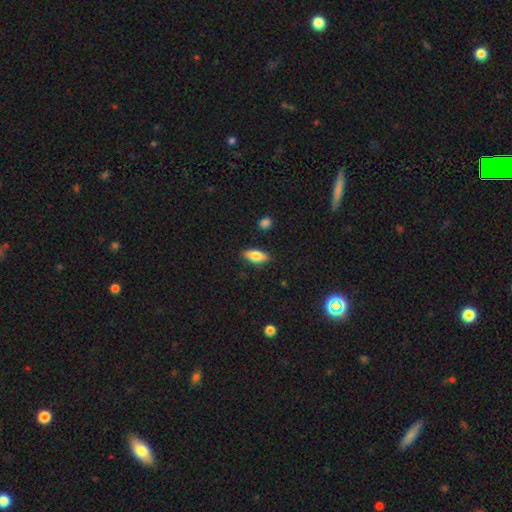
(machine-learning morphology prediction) Smooth or featured? Predicted: smooth (p=0.77). How rounded? Predicted: in between (p=0.76). Merging? Predicted: none (p=0.85).